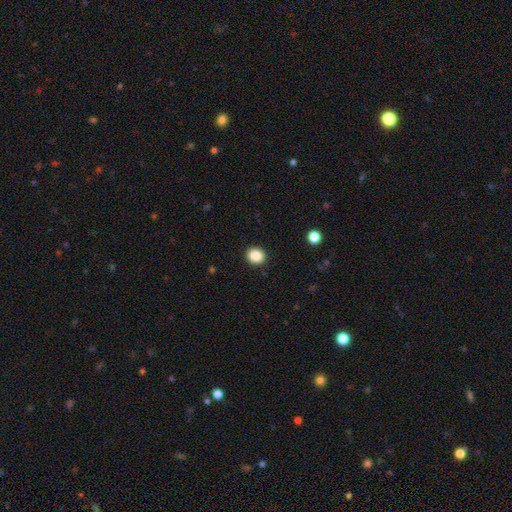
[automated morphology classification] smooth 86%, star or artifact 10%, featured or disk 4%. Down the decision tree: how rounded — round (77%); merging — none (91%).